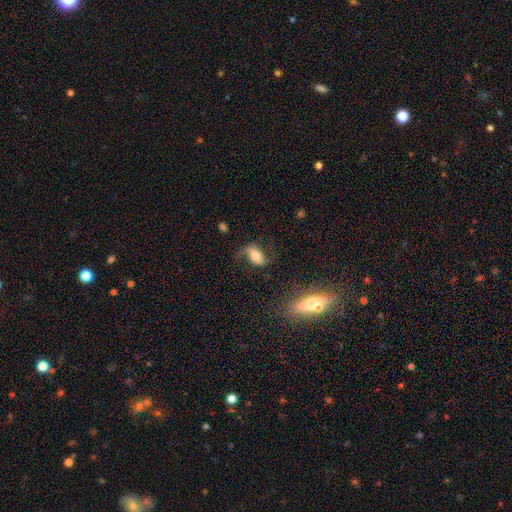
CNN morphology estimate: type=featured or disk (55%); edge-on=no (92%); bar=no (50%); spiral arms=yes (86%); bulge=moderate (59%); merging=none (59%).